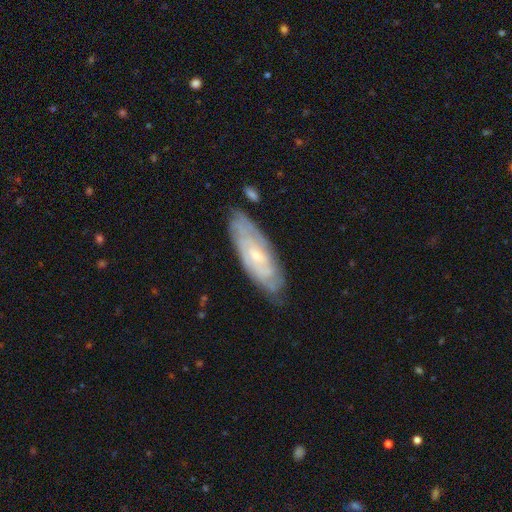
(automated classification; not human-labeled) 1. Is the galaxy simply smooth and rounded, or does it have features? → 71% featured or disk, 23% smooth, 6% star or artifact.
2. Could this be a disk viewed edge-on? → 83% no, 17% yes.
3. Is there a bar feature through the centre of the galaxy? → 62% no, 32% weak, 6% strong.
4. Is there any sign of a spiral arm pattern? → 87% yes, 13% no.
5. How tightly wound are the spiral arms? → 71% tight, 23% medium, 6% loose.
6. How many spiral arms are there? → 60% can't tell, 17% 2, 9% 3, 7% 4, 4% more than 4, 3% 1.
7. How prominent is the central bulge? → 66% small, 27% moderate, 4% none, 2% large, 1% dominant.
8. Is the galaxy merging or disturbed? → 75% none, 19% minor disturbance, 4% major disturbance, 2% merger.